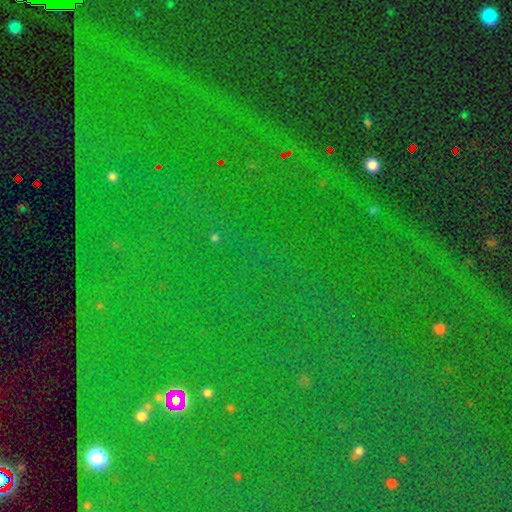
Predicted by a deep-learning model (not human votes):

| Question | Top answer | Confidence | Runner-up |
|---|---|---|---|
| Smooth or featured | star or artifact | 87% | smooth (7%) |